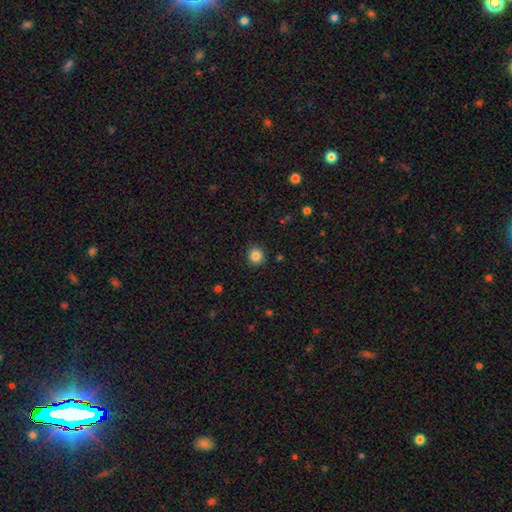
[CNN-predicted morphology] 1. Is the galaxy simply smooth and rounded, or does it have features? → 85% smooth, 11% star or artifact, 4% featured or disk.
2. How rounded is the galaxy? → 90% round, 9% in between, 1% cigar-shaped.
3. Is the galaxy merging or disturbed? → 88% none, 8% minor disturbance, 2% major disturbance, 1% merger.